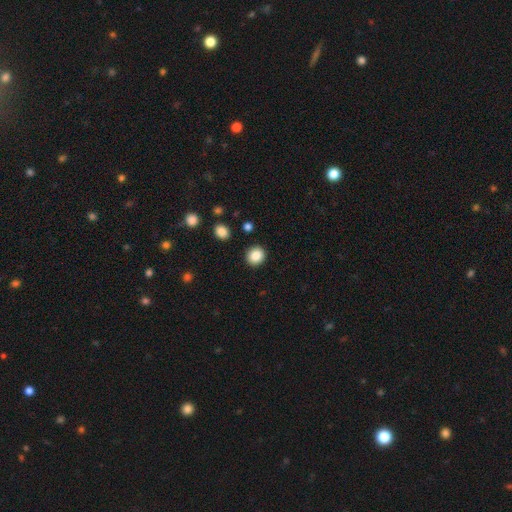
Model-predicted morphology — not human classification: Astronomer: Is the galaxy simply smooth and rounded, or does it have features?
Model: smooth — 87%.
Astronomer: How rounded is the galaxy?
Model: round — 79%.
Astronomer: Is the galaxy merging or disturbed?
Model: none — 90%.